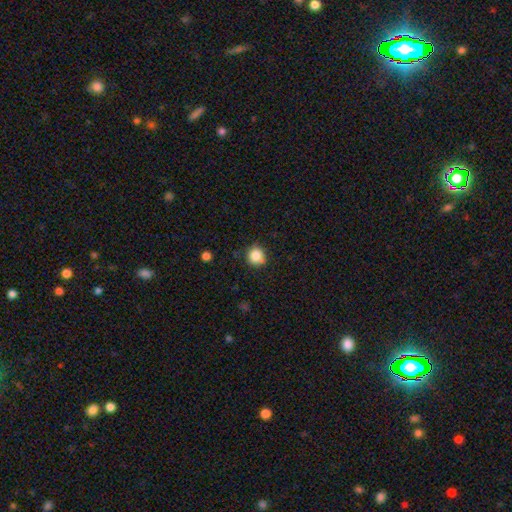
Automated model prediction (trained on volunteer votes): Q: Smooth or featured?
A: smooth (84%); runner-up: star or artifact (10%)
Q: How rounded?
A: round (91%); runner-up: in between (8%)
Q: Merging?
A: none (80%); runner-up: minor disturbance (15%)